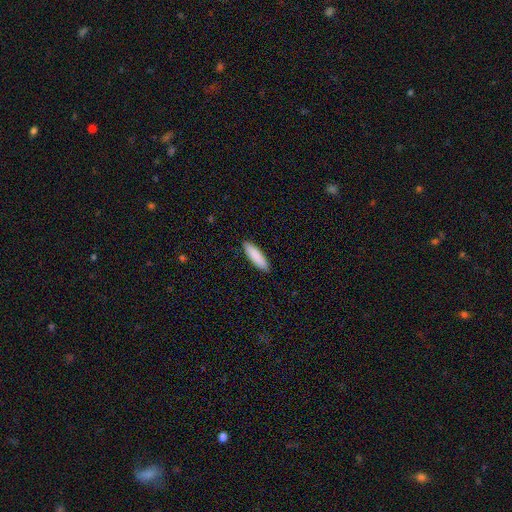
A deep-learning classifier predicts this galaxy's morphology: This appears to be a smooth galaxy with no disk features (88%) that is cigar-shaped (65%). Merging: none (90%).